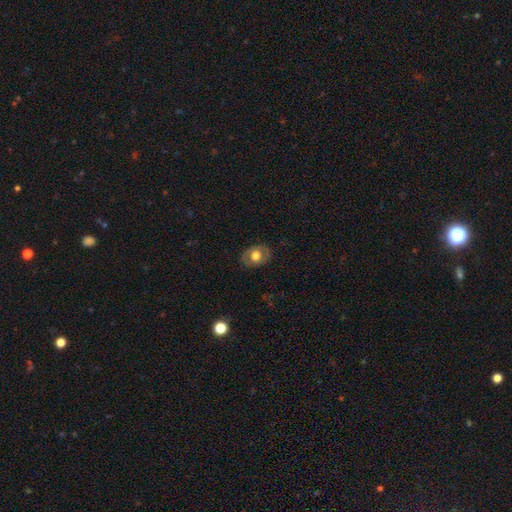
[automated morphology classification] smooth_or_featured: smooth (p=0.53) [alt: featured or disk p=0.40]
how_rounded: in between (p=0.64) [alt: round p=0.35]
merging: none (p=0.81) [alt: minor disturbance p=0.14]